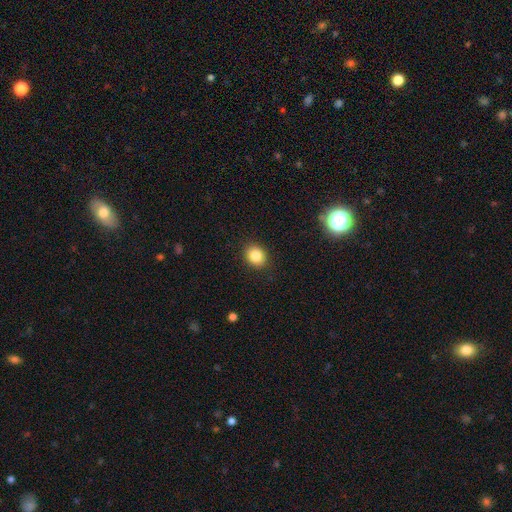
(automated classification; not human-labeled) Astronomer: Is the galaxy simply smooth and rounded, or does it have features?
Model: smooth — 84%.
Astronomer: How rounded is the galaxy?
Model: round — 62% (runner-up: in between, 37%).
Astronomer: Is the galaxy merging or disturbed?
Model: none — 89%.